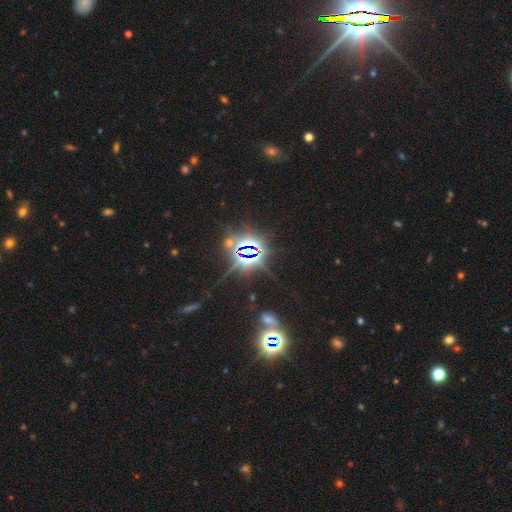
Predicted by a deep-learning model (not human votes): Overall: star or artifact (85%).